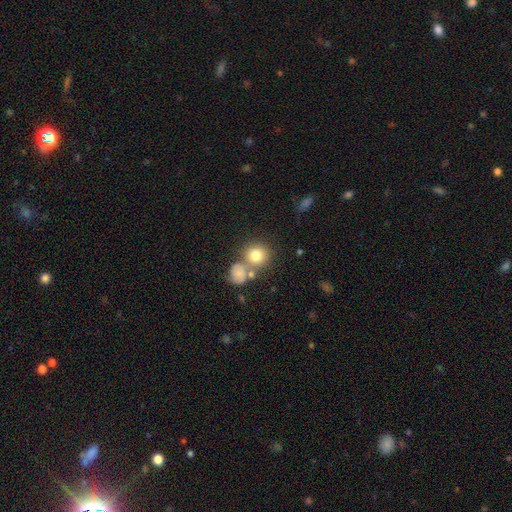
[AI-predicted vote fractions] Smooth or featured: smooth — 79% (featured or disk — 11%)
How rounded: round — 86% (in between — 13%)
Merging: none — 56% (merger — 29%)